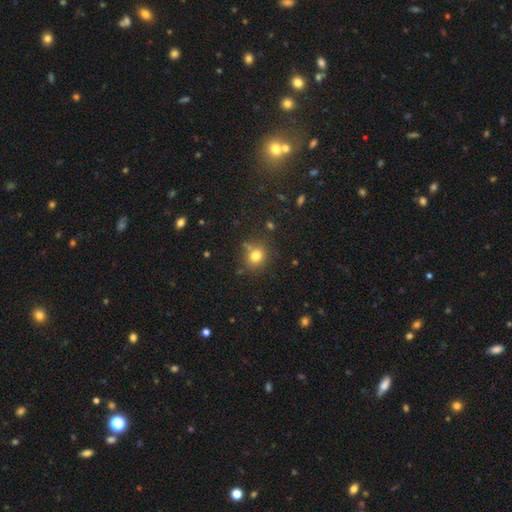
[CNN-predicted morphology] smooth-or-featured: smooth: 78% | star or artifact: 14% | featured or disk: 8%
  how-rounded: round: 77% | in between: 22% | cigar-shaped: 1%
  merging: none: 77% | minor disturbance: 13% | merger: 6% | major disturbance: 4%